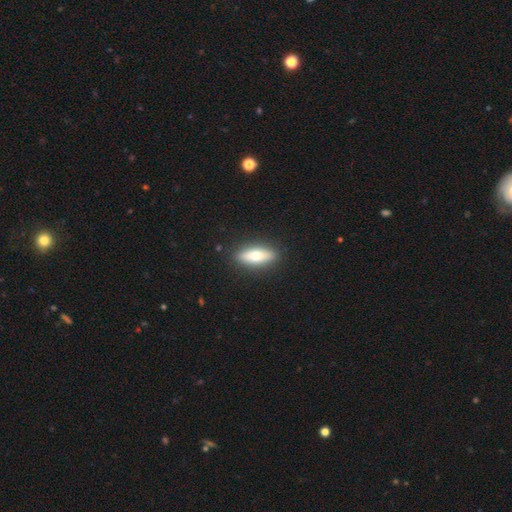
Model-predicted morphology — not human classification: Smooth or featured? Predicted: smooth (p=0.64). How rounded? Predicted: in between (p=0.54). Merging? Predicted: none (p=0.89).